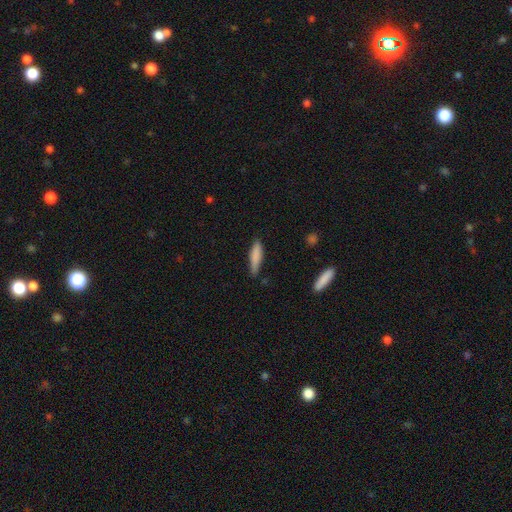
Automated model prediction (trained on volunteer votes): smooth_or_featured: smooth (p=0.82) [alt: featured or disk p=0.12]
how_rounded: cigar-shaped (p=0.78) [alt: in between p=0.21]
merging: none (p=0.74) [alt: minor disturbance p=0.21]